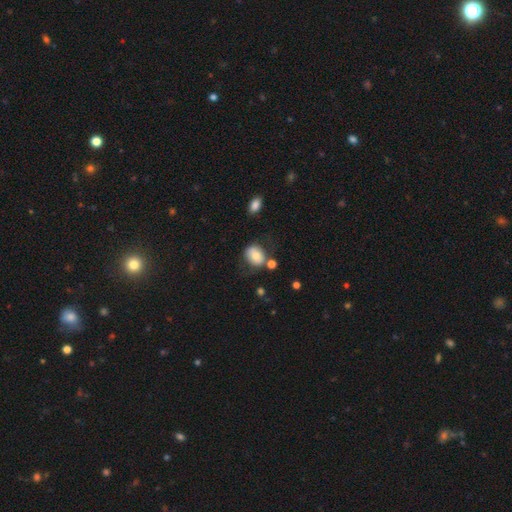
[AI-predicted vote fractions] A smooth galaxy with no disk features (76%) that is in between round and cigar-shaped (57%). Merging: none (58%).